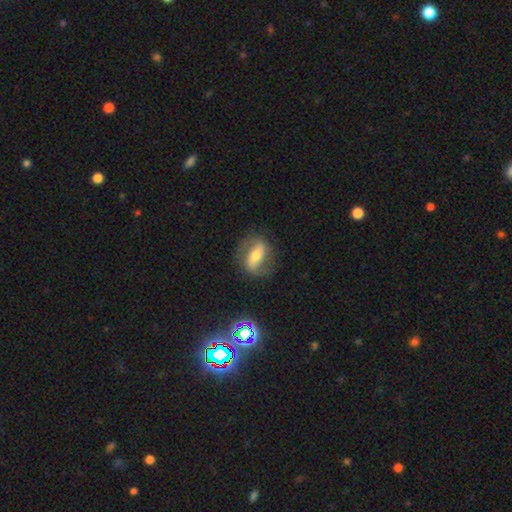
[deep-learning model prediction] Q: Smooth or featured?
A: featured or disk (68%); runner-up: smooth (23%)
Q: Edge-on disk?
A: no (88%); runner-up: yes (12%)
Q: Bar?
A: strong (59%); runner-up: weak (24%)
Q: Spiral arms?
A: yes (79%); runner-up: no (21%)
Q: Bulge size?
A: moderate (62%); runner-up: small (26%)
Q: Merging?
A: none (76%); runner-up: minor disturbance (15%)